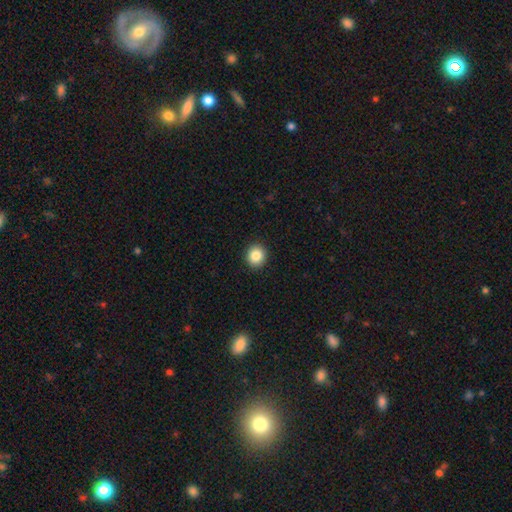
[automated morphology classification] Smooth or featured? Predicted: smooth (p=0.86). How rounded? Predicted: round (p=0.84). Merging? Predicted: none (p=0.93).